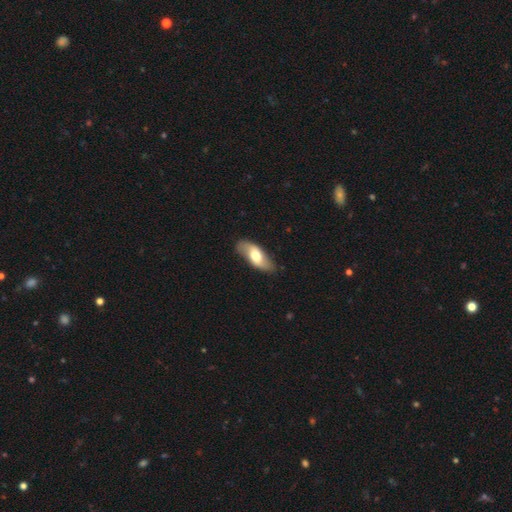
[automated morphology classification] Smooth or featured?
  - smooth: 51% *
  - featured or disk: 43%
  - star or artifact: 5%
How rounded?
  - in between: 81% *
  - cigar-shaped: 16%
  - round: 3%
Merging?
  - none: 78% *
  - minor disturbance: 17%
  - major disturbance: 4%
  - merger: 1%